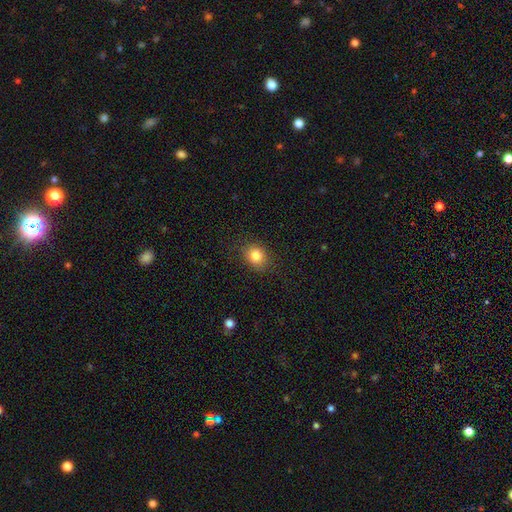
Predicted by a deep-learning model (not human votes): smooth 84%, star or artifact 10%, featured or disk 6%. Down the decision tree: how rounded — round (59%); merging — none (83%).